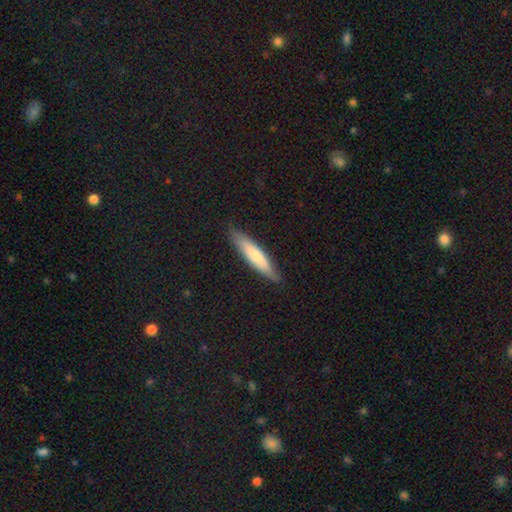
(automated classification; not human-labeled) Q: Smooth or featured?
A: smooth (68%); runner-up: featured or disk (27%)
Q: How rounded?
A: cigar-shaped (83%); runner-up: in between (16%)
Q: Merging?
A: none (85%); runner-up: minor disturbance (12%)